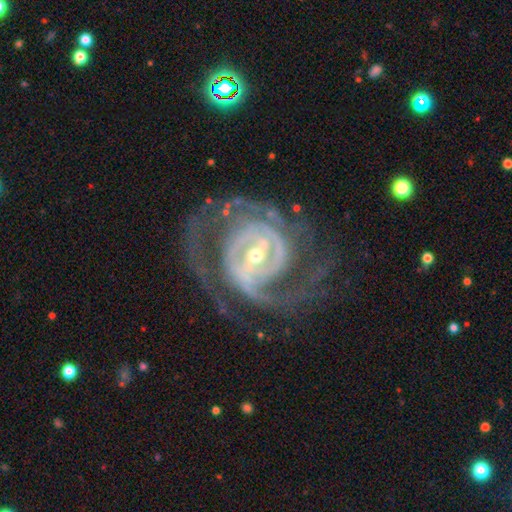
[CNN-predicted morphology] Smooth or featured? featured or disk (91%)
Edge-on disk? no (97%)
Bar? strong (38%, tied with weak)
Spiral arms? yes (96%)
Spiral winding? tight (53%)
Spiral arm count? 2 (42%)
Bulge size? small (55%)
Merging? none (61%)